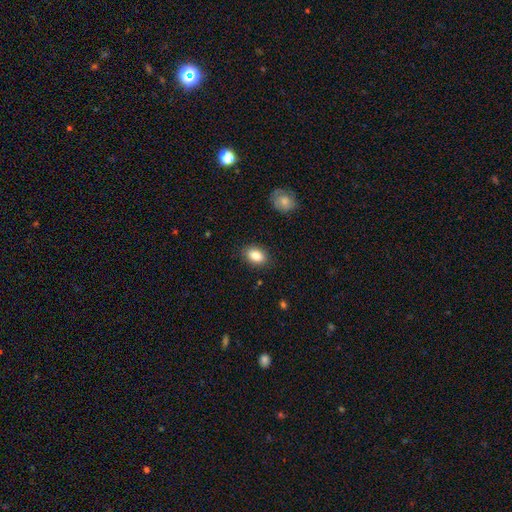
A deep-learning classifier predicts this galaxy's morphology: A smooth galaxy with no disk features (86%) that is in between round and cigar-shaped (84%). Merging: none (87%).